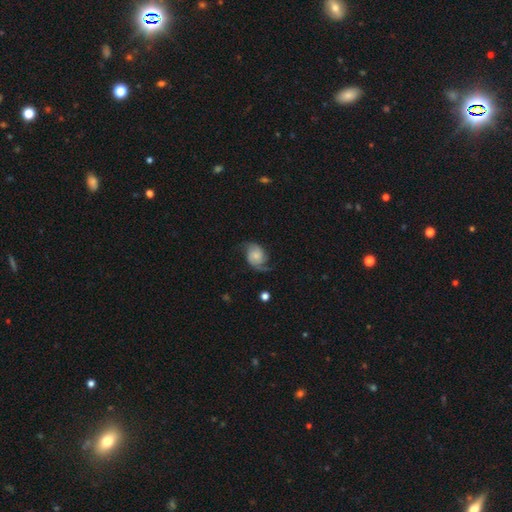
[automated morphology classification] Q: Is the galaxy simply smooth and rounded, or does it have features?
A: featured or disk — 78%.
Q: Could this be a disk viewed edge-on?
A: no — 98%.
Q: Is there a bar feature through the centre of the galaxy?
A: no — 72%.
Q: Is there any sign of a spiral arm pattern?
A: yes — 96%.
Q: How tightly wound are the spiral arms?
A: medium — 42%.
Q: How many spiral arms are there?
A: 2 — 89%.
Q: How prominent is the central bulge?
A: small — 44%.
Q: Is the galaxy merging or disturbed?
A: none — 66%.